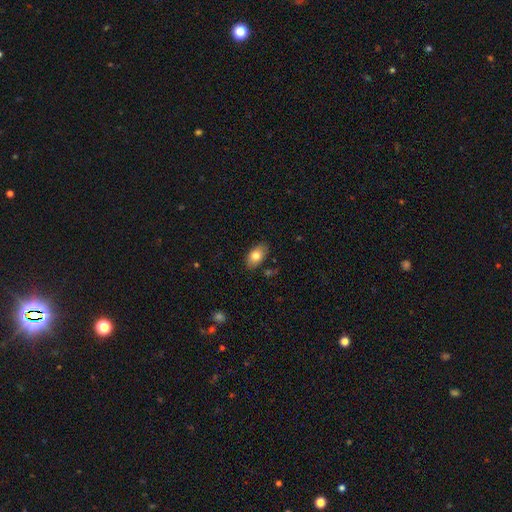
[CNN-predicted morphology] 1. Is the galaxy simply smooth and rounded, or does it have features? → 79% smooth, 14% featured or disk, 7% star or artifact.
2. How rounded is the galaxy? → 92% in between, 6% round, 2% cigar-shaped.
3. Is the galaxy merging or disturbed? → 85% none, 11% minor disturbance, 2% major disturbance, 2% merger.